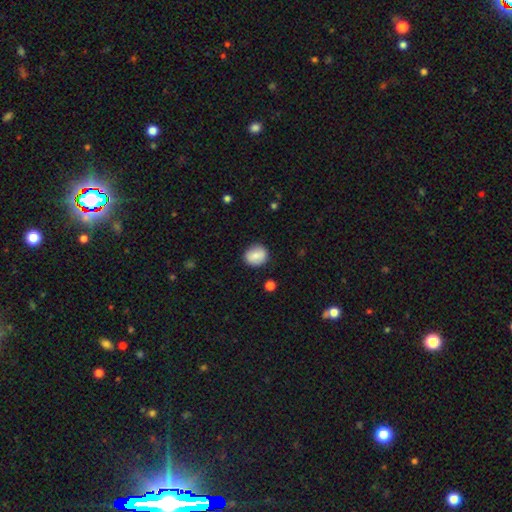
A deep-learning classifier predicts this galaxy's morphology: This is clearly a smooth galaxy (82%). How rounded: likely round (72%). Merging: clearly none (85%).